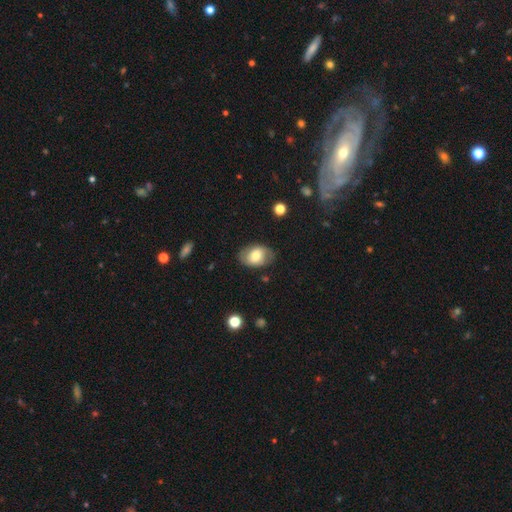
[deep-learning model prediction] A smooth galaxy with no disk features (64%) that is in between round and cigar-shaped (81%).

Vote fractions:
- Smooth or featured? smooth: 64% / featured or disk: 28% / star or artifact: 8%
- How rounded? in between: 81% / round: 18% / cigar-shaped: 1%
- Merging? none: 76% / minor disturbance: 17% / major disturbance: 5% / merger: 1%